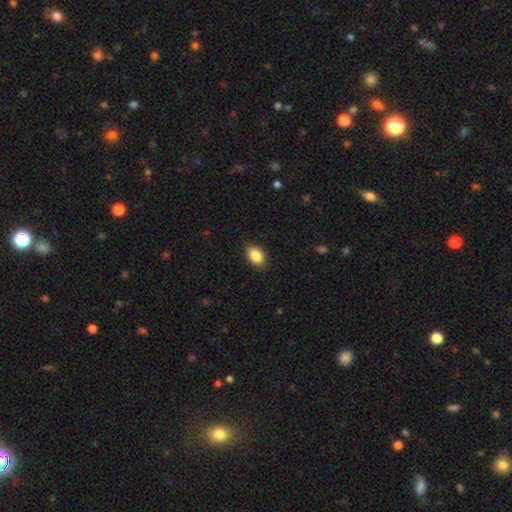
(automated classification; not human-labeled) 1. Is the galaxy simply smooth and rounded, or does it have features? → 86% smooth, 8% star or artifact, 6% featured or disk.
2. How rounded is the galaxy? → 81% in between, 17% round, 1% cigar-shaped.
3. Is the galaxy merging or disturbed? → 87% none, 10% minor disturbance, 2% major disturbance, 1% merger.